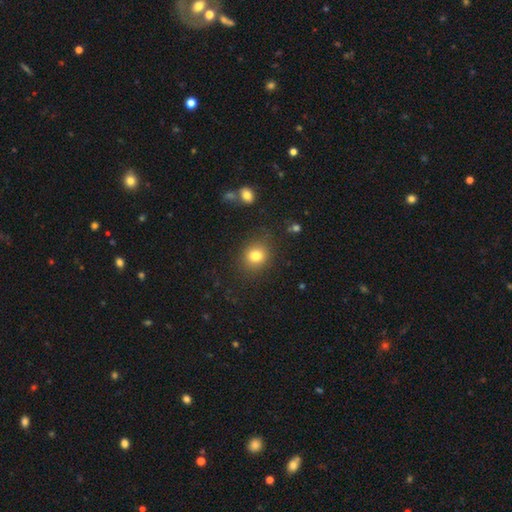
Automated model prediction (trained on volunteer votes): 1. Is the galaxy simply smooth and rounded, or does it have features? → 80% smooth, 12% star or artifact, 7% featured or disk.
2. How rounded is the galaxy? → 71% round, 28% in between, 1% cigar-shaped.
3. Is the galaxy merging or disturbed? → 84% none, 11% minor disturbance, 4% major disturbance, 2% merger.